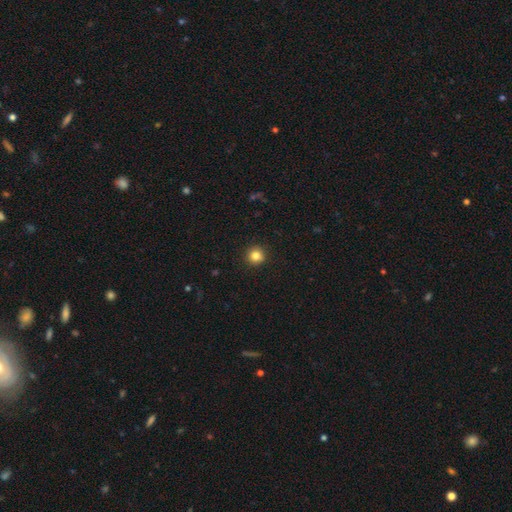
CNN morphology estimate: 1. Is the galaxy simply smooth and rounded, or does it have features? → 83% smooth, 11% star or artifact, 5% featured or disk.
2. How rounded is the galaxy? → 93% round, 6% in between, 1% cigar-shaped.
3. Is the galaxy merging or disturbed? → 92% none, 5% minor disturbance, 2% major disturbance, 1% merger.